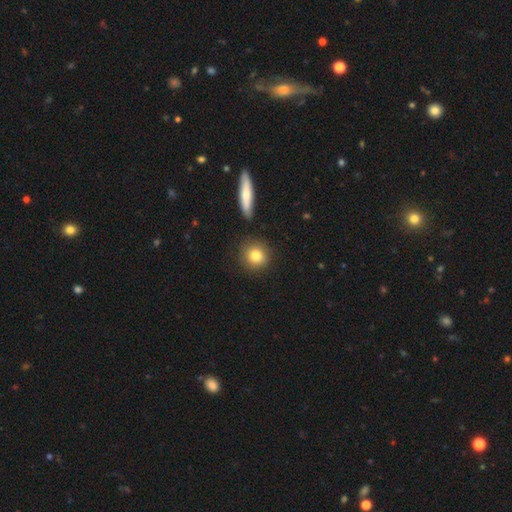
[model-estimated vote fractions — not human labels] The model was most divided on "smooth or featured": smooth: 82%, featured or disk: 9%, star or artifact: 9%. More confident: how rounded — round (89%); merging — none (87%).